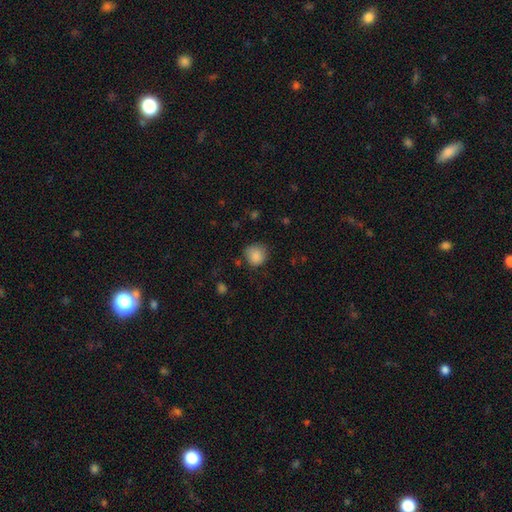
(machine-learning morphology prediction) type=smooth (86%); roundness=round (86%); merging=none (73%).